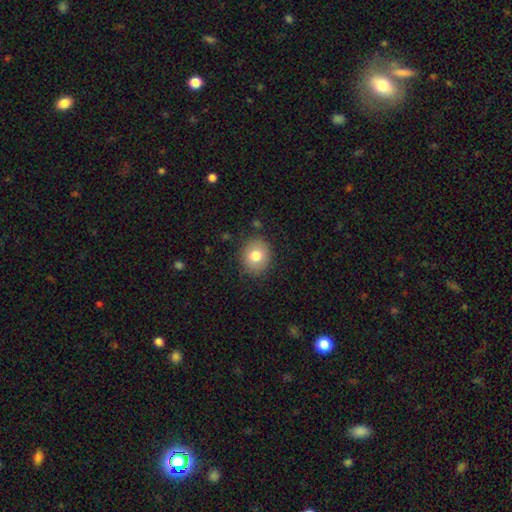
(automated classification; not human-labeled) Smooth or featured: smooth — 79% (featured or disk — 12%)
How rounded: round — 68% (in between — 31%)
Merging: none — 85% (minor disturbance — 11%)